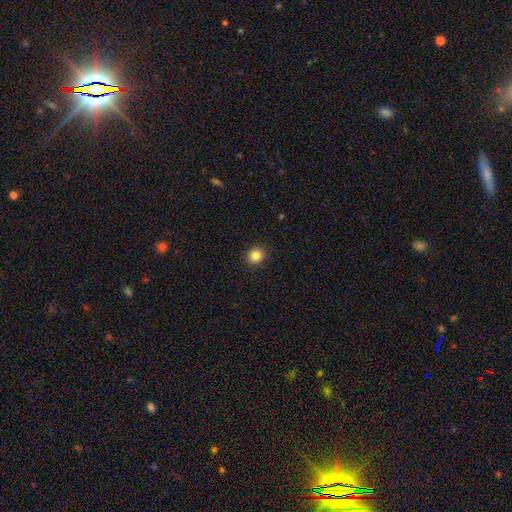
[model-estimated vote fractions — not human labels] smooth_or_featured: smooth (p=0.85) [alt: star or artifact p=0.11]
how_rounded: round (p=0.88) [alt: in between p=0.11]
merging: none (p=0.92) [alt: minor disturbance p=0.06]